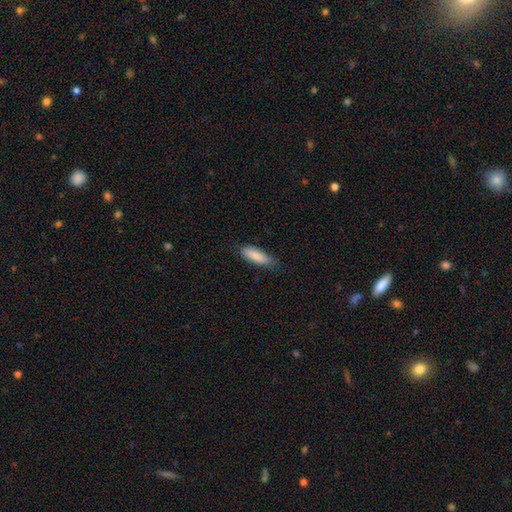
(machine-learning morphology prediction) smooth_or_featured: smooth (p=0.85) [alt: featured or disk p=0.09]
how_rounded: in between (p=0.56) [alt: cigar-shaped p=0.43]
merging: none (p=0.72) [alt: minor disturbance p=0.23]